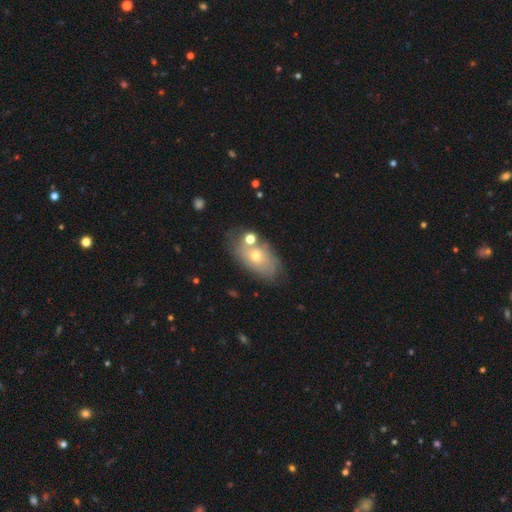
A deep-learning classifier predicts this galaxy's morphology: Smooth or featured: smooth — 53% (featured or disk — 36%)
How rounded: in between — 87% (round — 11%)
Merging: none — 65% (minor disturbance — 18%)